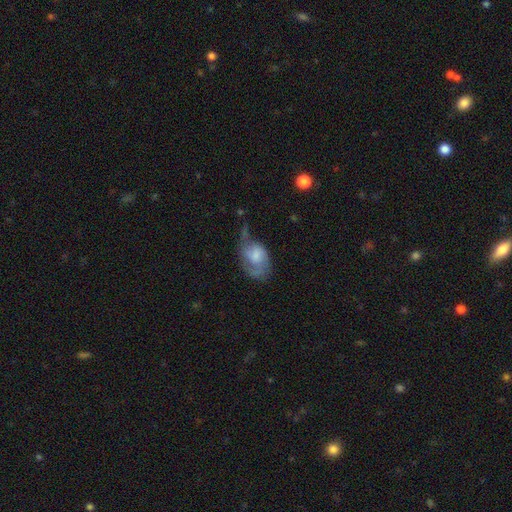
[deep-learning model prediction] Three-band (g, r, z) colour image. It shows a featured or disk galaxy (54%) with no bar (63%), spiral arms (76%) and a moderate central bulge (37%). Merging: major disturbance (41%).